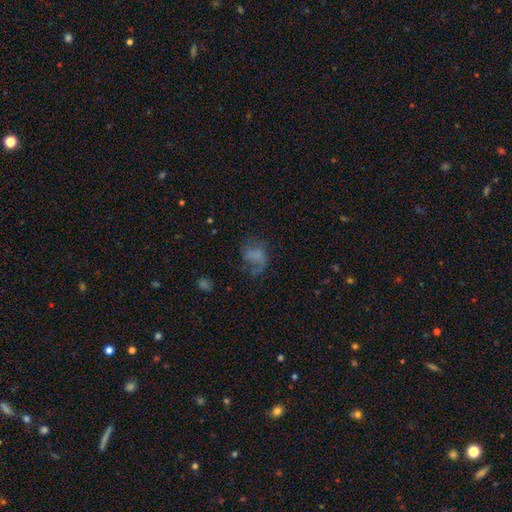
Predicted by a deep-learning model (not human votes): Smooth or featured? Predicted: smooth (p=0.44). Merging? Predicted: none (p=0.43).